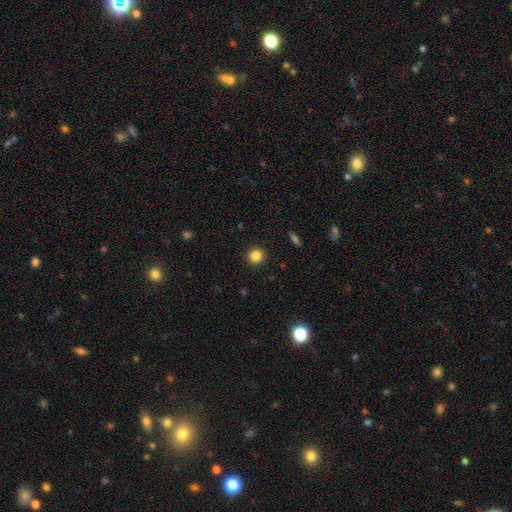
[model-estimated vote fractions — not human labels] smooth-or-featured: smooth: 84% | star or artifact: 11% | featured or disk: 4%
  how-rounded: round: 93% | in between: 6% | cigar-shaped: 1%
  merging: none: 92% | minor disturbance: 5% | major disturbance: 2% | merger: 1%